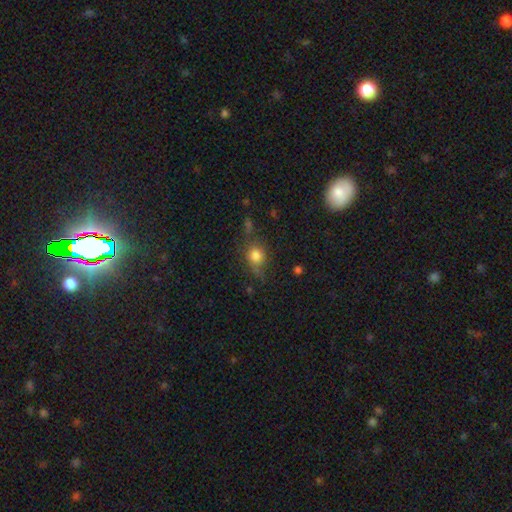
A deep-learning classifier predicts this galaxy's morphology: This is likely a smooth galaxy (76%). How rounded: likely round (67%). Merging: likely none (63%).